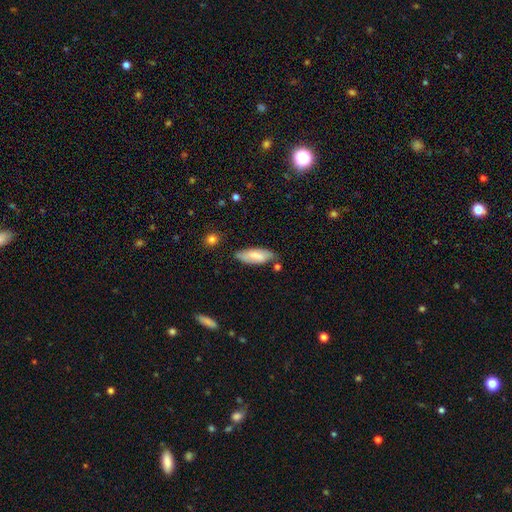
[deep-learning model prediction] Overall: smooth (69%). How rounded: in between (70%). Merging: none (66%).